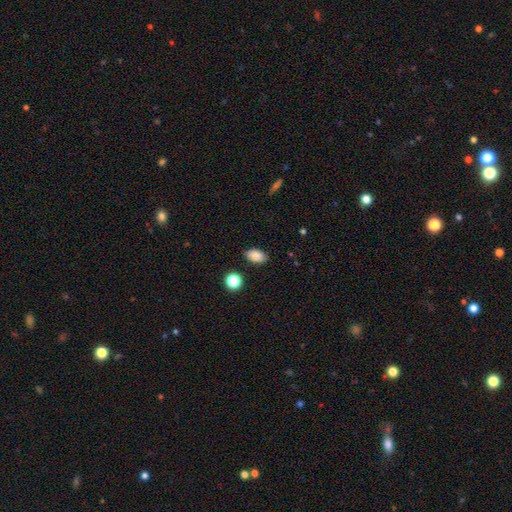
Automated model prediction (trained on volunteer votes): Smooth or featured: smooth — 85% (star or artifact — 9%)
How rounded: in between — 89% (round — 10%)
Merging: none — 85% (minor disturbance — 11%)